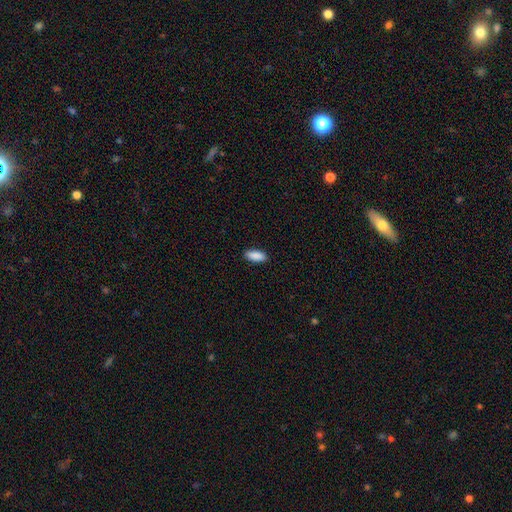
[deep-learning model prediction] A smooth galaxy with no disk features (90%) that is in between round and cigar-shaped (78%). Merging: none (90%).